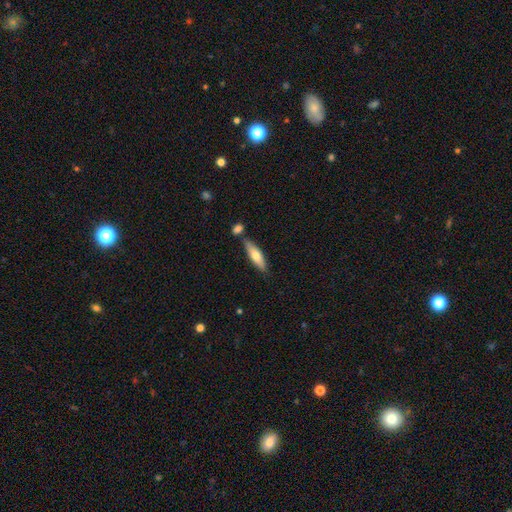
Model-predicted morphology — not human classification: Smooth or featured: smooth — 66% (featured or disk — 28%)
How rounded: cigar-shaped — 60% (in between — 38%)
Merging: none — 71% (minor disturbance — 13%)